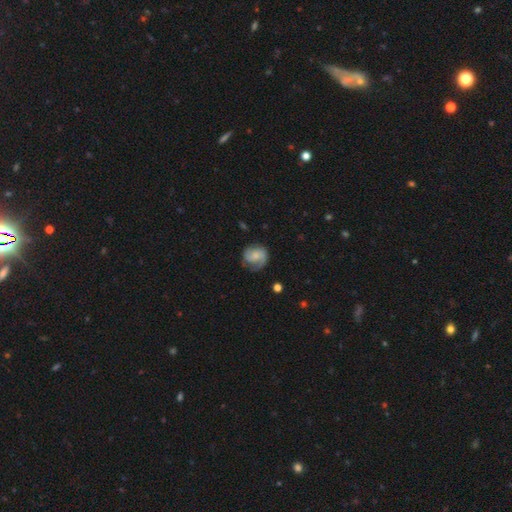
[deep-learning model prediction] Smooth or featured? featured or disk (64%)
Edge-on disk? no (98%)
Bar? no (62%)
Spiral arms? yes (92%)
Spiral winding? medium (41%)
Spiral arm count? 2 (55%)
Bulge size? small (46%)
Merging? none (64%)